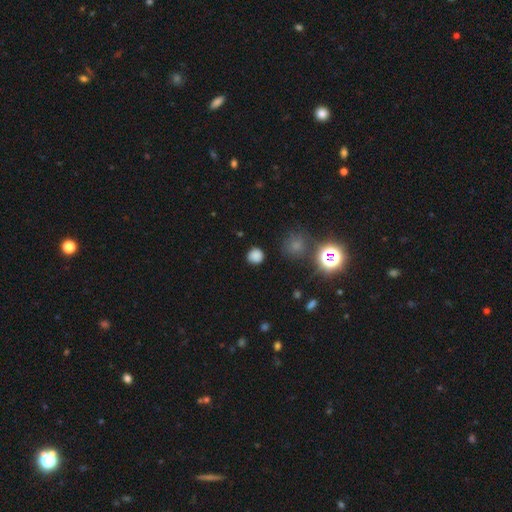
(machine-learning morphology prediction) A smooth galaxy with no disk features (79%) that is round (90%). Merging: none (87%).